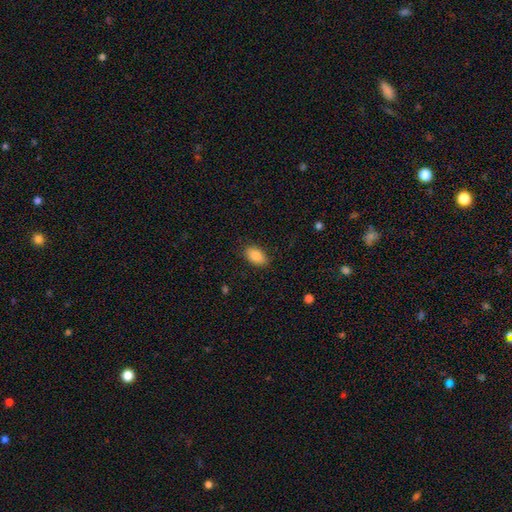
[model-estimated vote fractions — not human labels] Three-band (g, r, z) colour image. It shows a smooth galaxy with no disk features (88%) that is in between round and cigar-shaped (92%). Merging: none (85%).